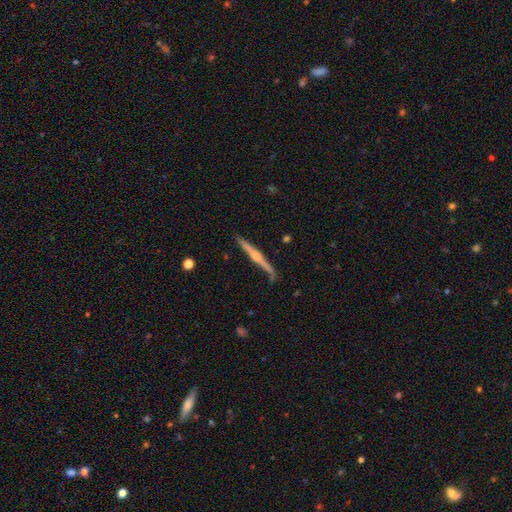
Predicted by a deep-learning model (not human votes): A featured or disk galaxy (74%) viewed edge-on (98%) with a rounded central bulge (74%).

Vote fractions:
- Smooth or featured? featured or disk: 74% / smooth: 21% / star or artifact: 5%
- Edge-on disk? yes: 98% / no: 2%
- Edge-on bulge? rounded: 74% / boxy: 14% / none: 13%
- Merging? none: 82% / minor disturbance: 13% / major disturbance: 3% / merger: 2%